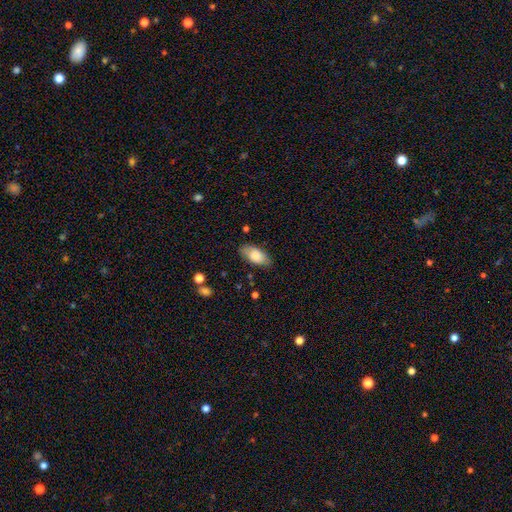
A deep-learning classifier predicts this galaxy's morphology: A smooth galaxy with no disk features (80%) that is in between round and cigar-shaped (92%).

Vote fractions:
- Smooth or featured? smooth: 80% / featured or disk: 13% / star or artifact: 6%
- How rounded? in between: 92% / cigar-shaped: 5% / round: 3%
- Merging? none: 80% / minor disturbance: 15% / major disturbance: 4% / merger: 1%